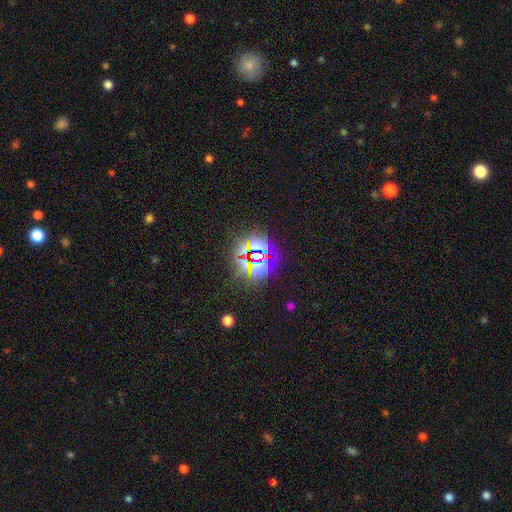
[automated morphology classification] Smooth or featured? star or artifact (77%)